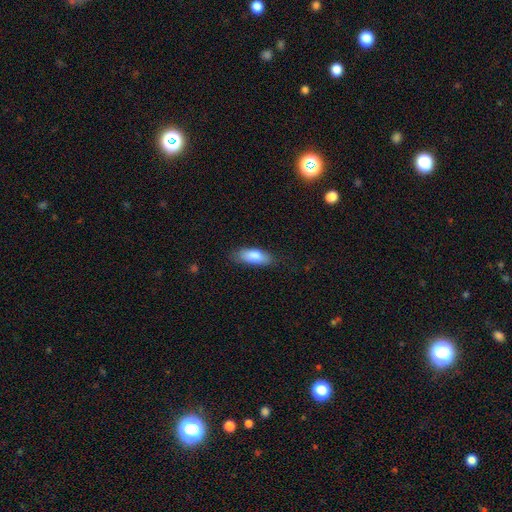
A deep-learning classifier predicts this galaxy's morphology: type=smooth (81%); roundness=in between (69%); merging=none (76%).